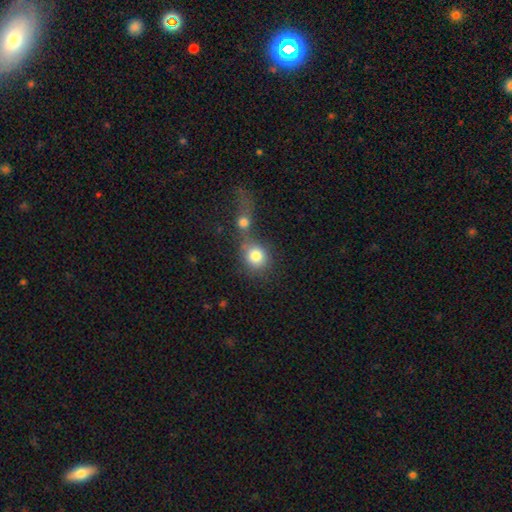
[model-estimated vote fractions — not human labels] smooth_or_featured: smooth (p=0.81) [alt: star or artifact p=0.10]
how_rounded: round (p=0.77) [alt: in between p=0.22]
merging: merger (p=0.50) [alt: none p=0.33]